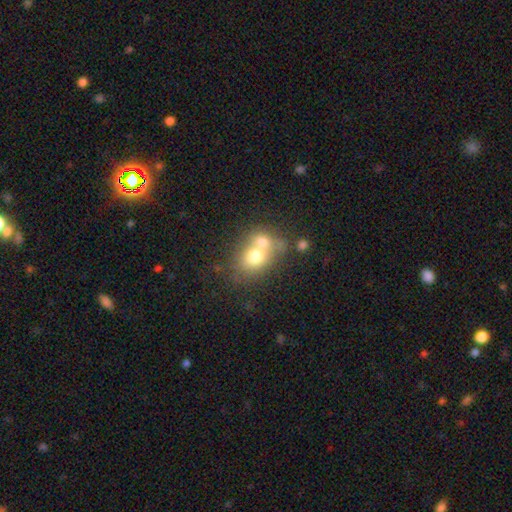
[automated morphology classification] Smooth or featured? smooth (69%)
How rounded? in between (55%)
Merging? merger (60%)